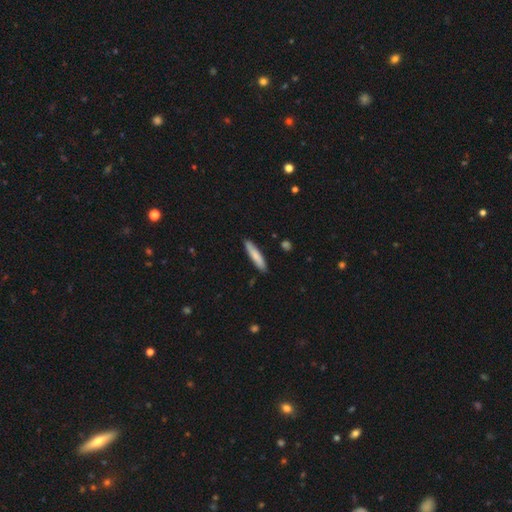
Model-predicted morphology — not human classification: Smooth or featured? Predicted: smooth (p=0.80). How rounded? Predicted: cigar-shaped (p=0.87). Merging? Predicted: none (p=0.88).